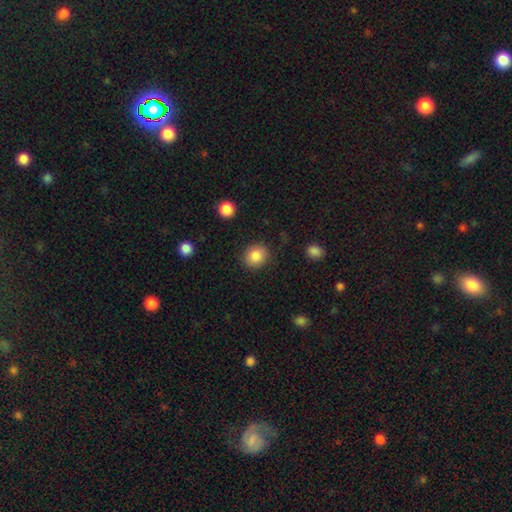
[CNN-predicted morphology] Smooth or featured?
  - smooth: 86% *
  - star or artifact: 9%
  - featured or disk: 5%
How rounded?
  - round: 76% *
  - in between: 23%
  - cigar-shaped: 1%
Merging?
  - none: 87% *
  - minor disturbance: 8%
  - major disturbance: 3%
  - merger: 2%